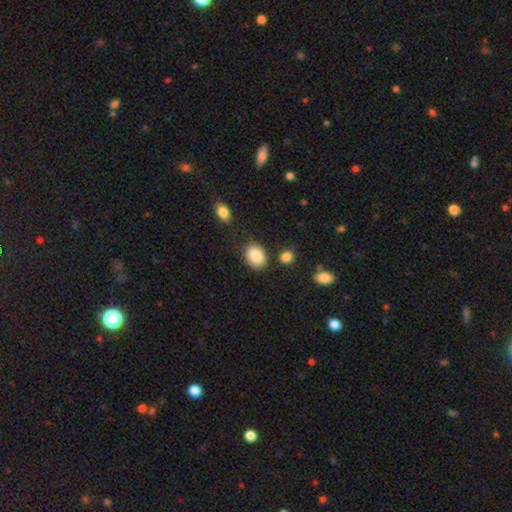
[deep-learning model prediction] Q: Smooth or featured?
A: smooth (88%); runner-up: star or artifact (7%)
Q: How rounded?
A: in between (68%); runner-up: round (31%)
Q: Merging?
A: none (78%); runner-up: minor disturbance (13%)